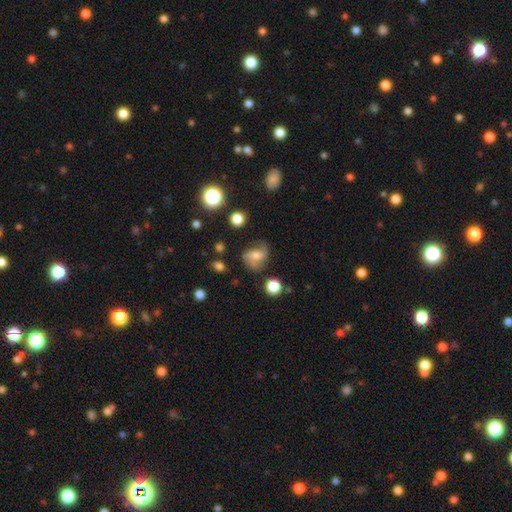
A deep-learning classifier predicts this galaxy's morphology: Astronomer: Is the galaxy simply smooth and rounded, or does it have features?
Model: featured or disk — 44% (runner-up: smooth, 43%).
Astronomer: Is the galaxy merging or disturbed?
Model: none — 60%.